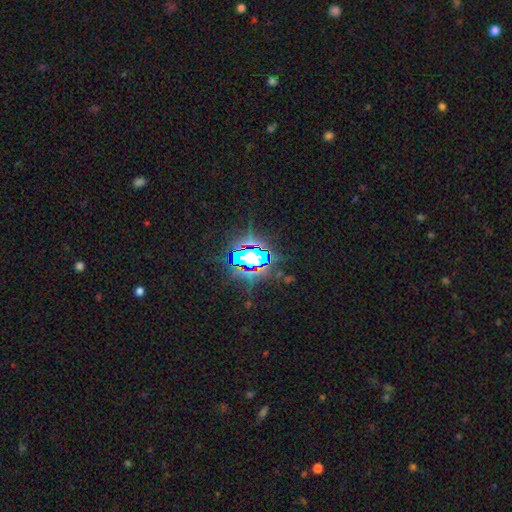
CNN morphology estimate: Smooth or featured: star or artifact — 82% (smooth — 10%)